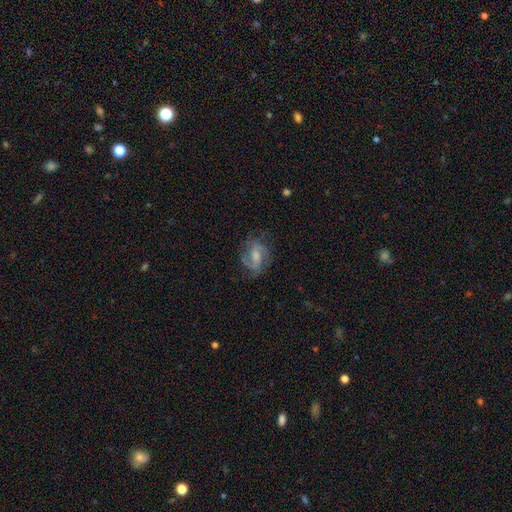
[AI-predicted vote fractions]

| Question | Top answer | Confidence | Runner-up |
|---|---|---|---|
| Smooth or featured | featured or disk | 79% | smooth (12%) |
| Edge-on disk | no | 97% | yes (3%) |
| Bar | weak | 52% | no (25%) |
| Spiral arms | yes | 95% | no (5%) |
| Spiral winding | medium | 49% | tight (31%) |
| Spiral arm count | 2 | 54% | 3 (20%) |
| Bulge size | moderate | 50% | small (34%) |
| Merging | none | 74% | minor disturbance (16%) |